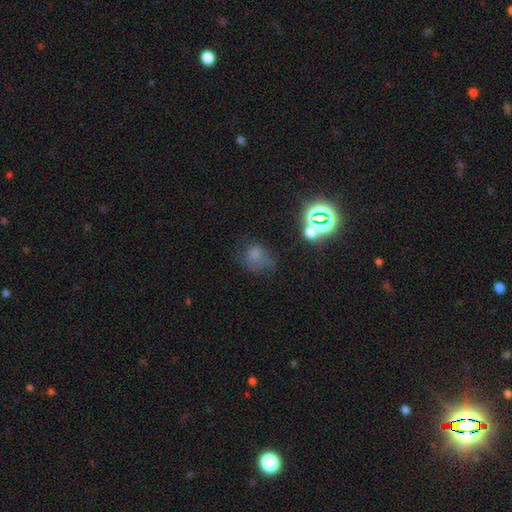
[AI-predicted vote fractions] Morphology: type=smooth (60%); roundness=round (62%); merging=none (42%).